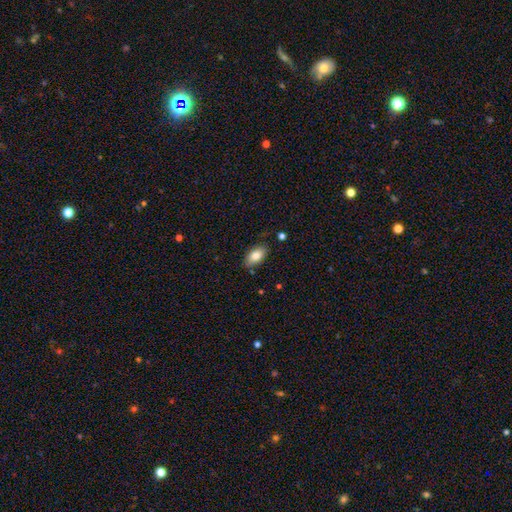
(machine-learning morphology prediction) Q: Smooth or featured?
A: smooth (82%); runner-up: featured or disk (11%)
Q: How rounded?
A: in between (93%); runner-up: round (4%)
Q: Merging?
A: none (82%); runner-up: minor disturbance (14%)